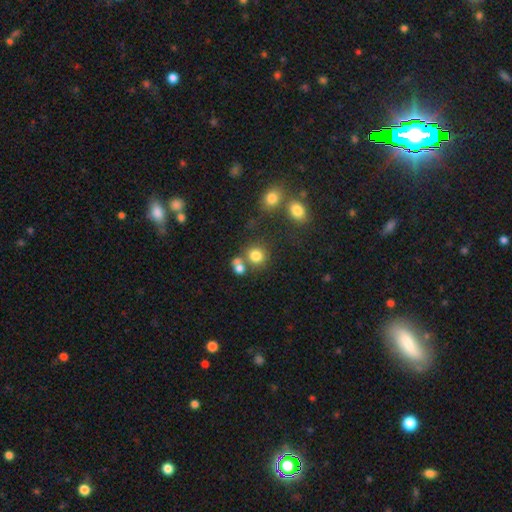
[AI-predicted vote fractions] A smooth galaxy with no disk features (79%) that is round (82%).

Vote fractions:
- Smooth or featured? smooth: 79% / star or artifact: 13% / featured or disk: 8%
- How rounded? round: 82% / in between: 17% / cigar-shaped: 1%
- Merging? none: 61% / merger: 24% / minor disturbance: 10% / major disturbance: 5%